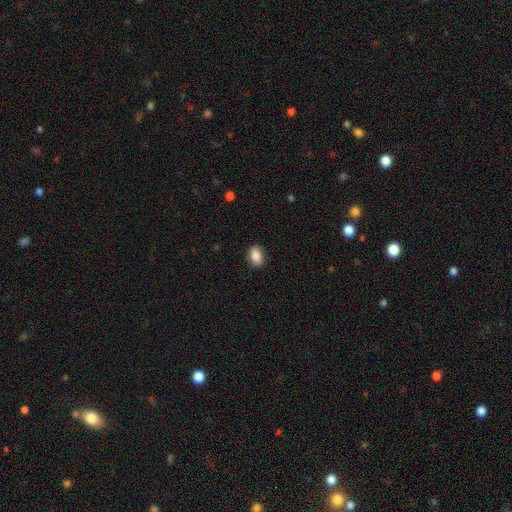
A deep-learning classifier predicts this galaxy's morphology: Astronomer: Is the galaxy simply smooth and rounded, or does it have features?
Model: smooth — 87%.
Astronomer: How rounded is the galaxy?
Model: in between — 84%.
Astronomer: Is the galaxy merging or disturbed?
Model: none — 86%.